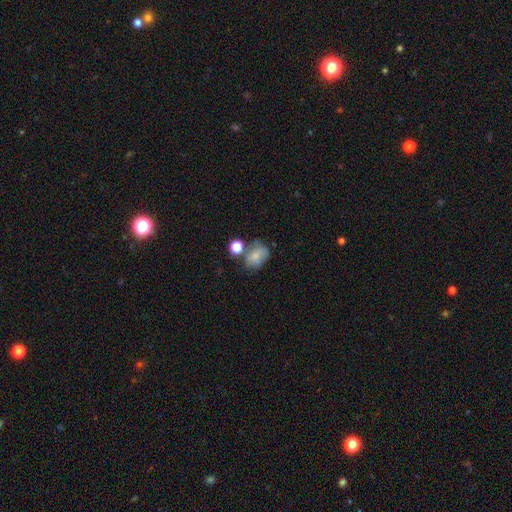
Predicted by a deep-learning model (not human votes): smooth 73%, featured or disk 16%, star or artifact 11%. Down the decision tree: how rounded — in between (59%); merging — none (44%).